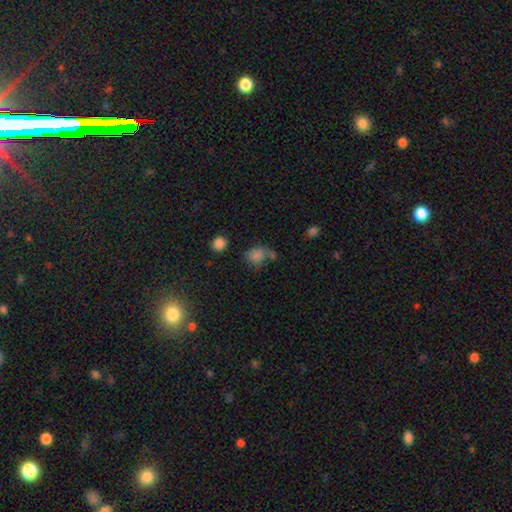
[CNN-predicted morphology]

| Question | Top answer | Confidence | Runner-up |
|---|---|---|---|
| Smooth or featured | smooth | 77% | star or artifact (15%) |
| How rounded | round | 60% | in between (39%) |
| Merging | none | 47% | merger (22%) |